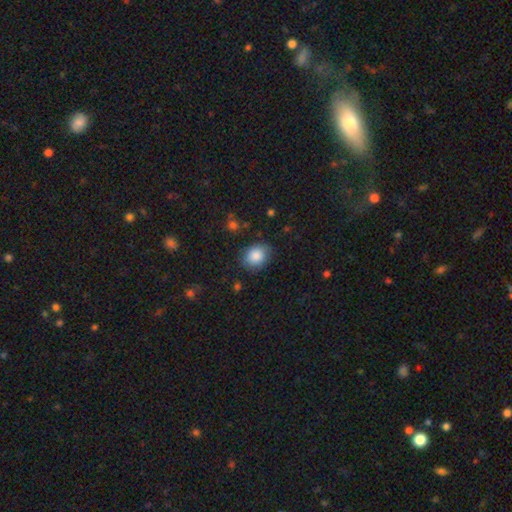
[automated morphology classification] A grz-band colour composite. It shows a smooth galaxy with no disk features (87%) that is in between round and cigar-shaped (50%). Merging: none (81%).